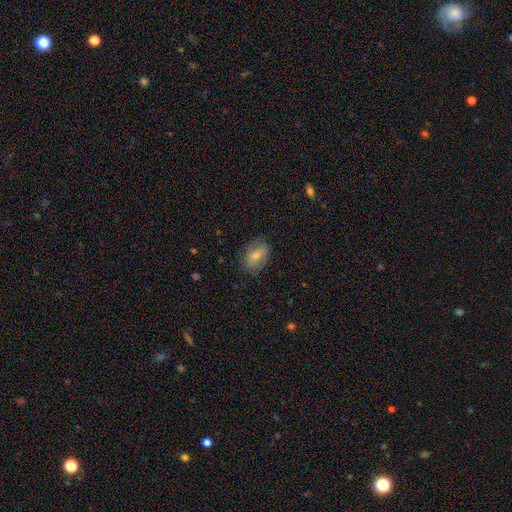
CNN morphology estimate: Q: Smooth or featured?
A: smooth (58%); runner-up: featured or disk (29%)
Q: How rounded?
A: in between (82%); runner-up: round (16%)
Q: Merging?
A: none (80%); runner-up: minor disturbance (15%)